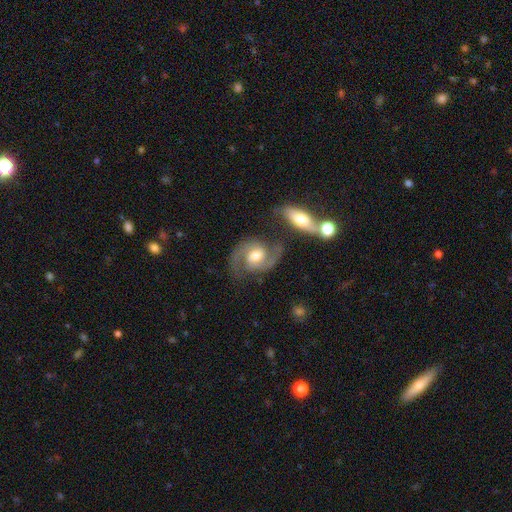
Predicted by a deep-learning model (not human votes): A featured or disk galaxy (89%) with no bar (47%), 2 (94%) medium (62%) spiral arms (97%) and a moderate central bulge (74%). Merging: none (67%).